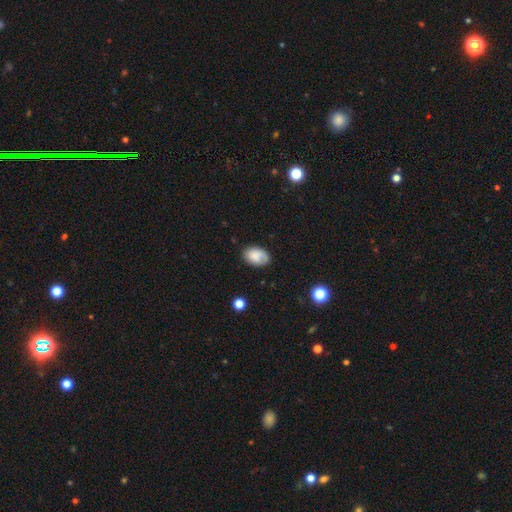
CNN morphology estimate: smooth-or-featured: smooth: 79% | featured or disk: 13% | star or artifact: 8%
  how-rounded: in between: 87% | round: 12% | cigar-shaped: 1%
  merging: none: 75% | minor disturbance: 19% | major disturbance: 5% | merger: 2%